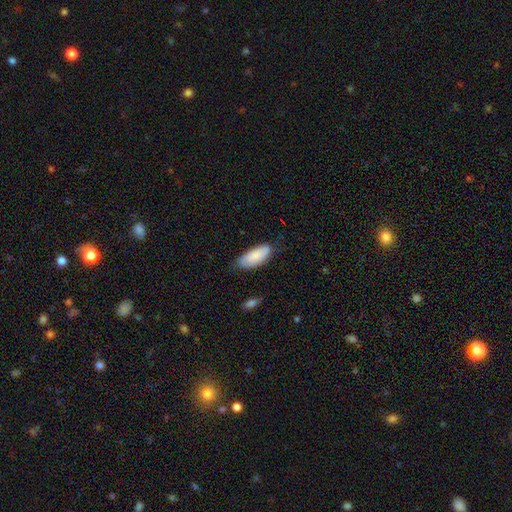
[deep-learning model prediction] A smooth galaxy with no disk features (85%) that is in between round and cigar-shaped (86%).

Vote fractions:
- Smooth or featured? smooth: 85% / featured or disk: 9% / star or artifact: 6%
- How rounded? in between: 86% / cigar-shaped: 12% / round: 2%
- Merging? none: 70% / minor disturbance: 25% / major disturbance: 4% / merger: 2%